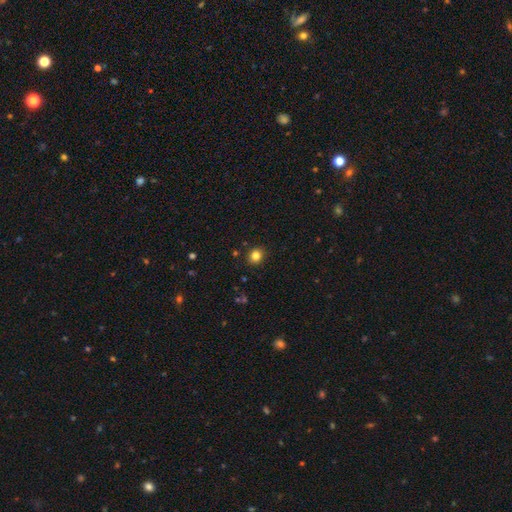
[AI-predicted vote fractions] Morphology: type=smooth (82%); roundness=round (79%); merging=none (89%).